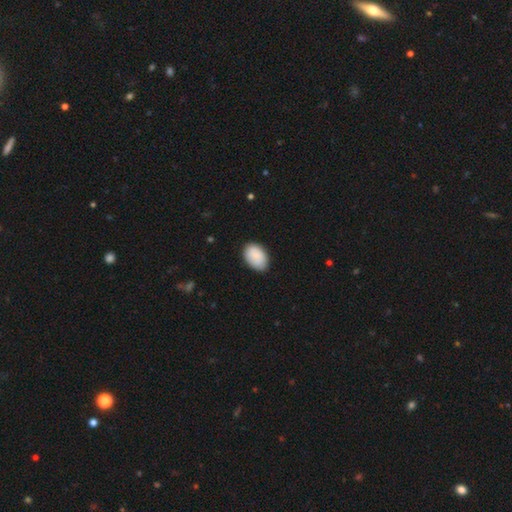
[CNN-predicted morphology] The model was most divided on "merging": none: 81%, minor disturbance: 15%, major disturbance: 2%, merger: 1%. More confident: smooth or featured — smooth (90%); how rounded — in between (90%).